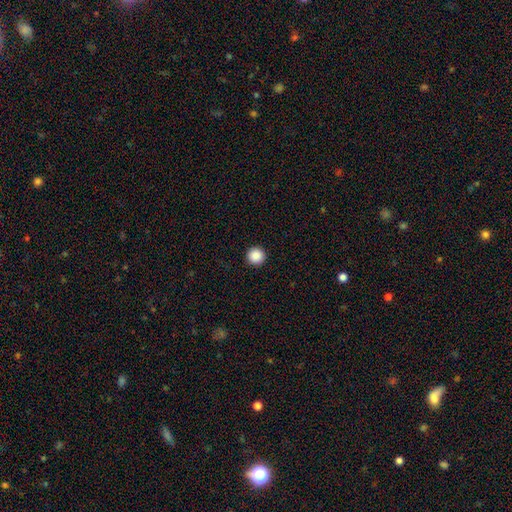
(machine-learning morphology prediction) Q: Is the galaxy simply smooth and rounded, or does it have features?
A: smooth — 89%.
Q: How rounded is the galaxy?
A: round — 97%.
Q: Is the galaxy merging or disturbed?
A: none — 94%.